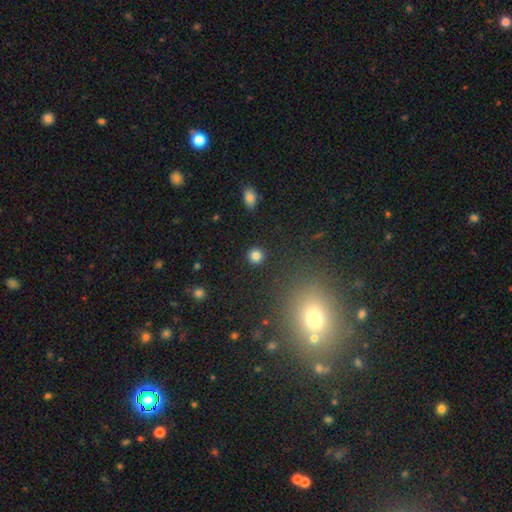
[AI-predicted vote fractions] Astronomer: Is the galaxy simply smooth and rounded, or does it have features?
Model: smooth — 83%.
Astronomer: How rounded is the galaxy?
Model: round — 93%.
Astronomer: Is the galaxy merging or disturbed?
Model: none — 91%.